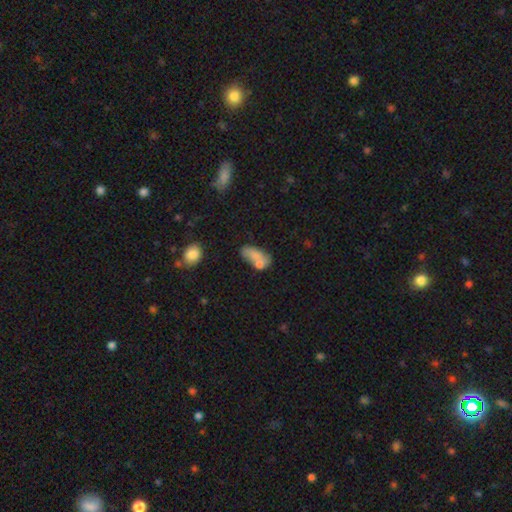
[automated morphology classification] Smooth or featured?
  - smooth: 68% *
  - featured or disk: 23%
  - star or artifact: 10%
How rounded?
  - in between: 88% *
  - round: 6%
  - cigar-shaped: 5%
Merging?
  - merger: 33% * (tied)
  - none: 33% * (tied)
  - minor disturbance: 21%
  - major disturbance: 13%